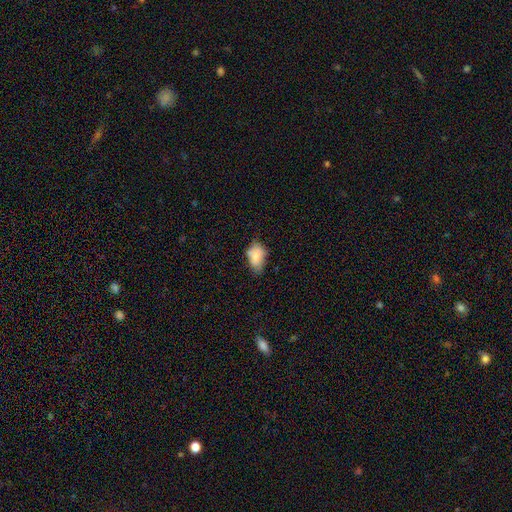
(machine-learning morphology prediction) Q: Smooth or featured?
A: smooth (81%); runner-up: featured or disk (11%)
Q: How rounded?
A: in between (87%); runner-up: round (11%)
Q: Merging?
A: none (51%); runner-up: minor disturbance (37%)